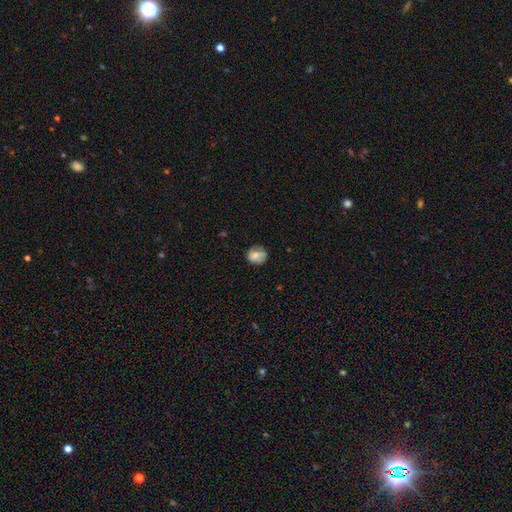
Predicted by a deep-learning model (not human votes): smooth 70%, featured or disk 22%, star or artifact 9%. Down the decision tree: how rounded — round (76%); merging — none (63%).